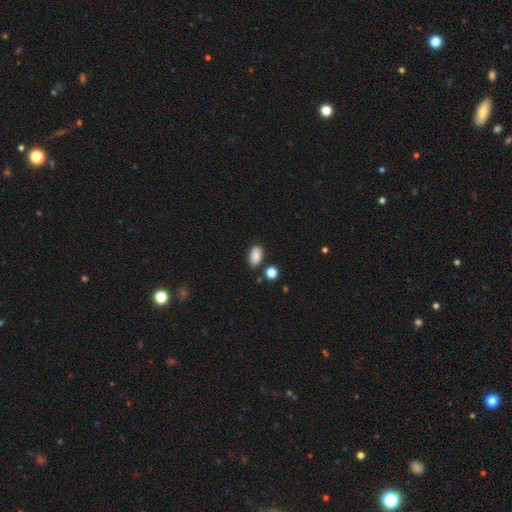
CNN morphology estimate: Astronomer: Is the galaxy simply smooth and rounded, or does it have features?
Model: smooth — 84%.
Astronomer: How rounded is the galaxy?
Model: in between — 91%.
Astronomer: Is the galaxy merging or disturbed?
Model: none — 81%.